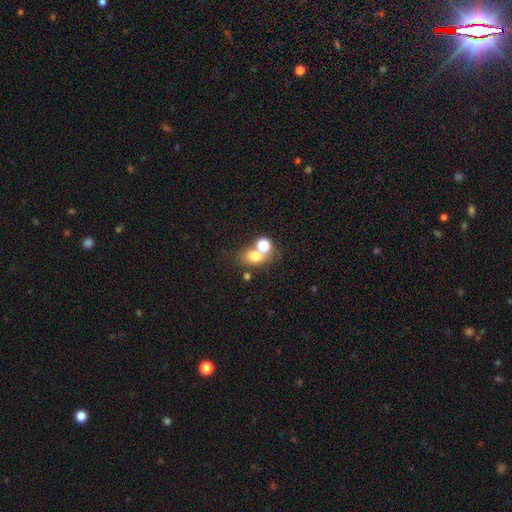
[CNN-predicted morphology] smooth_or_featured: smooth (p=0.69) [alt: star or artifact p=0.16]
how_rounded: round (p=0.50) [alt: in between p=0.49]
merging: merger (p=0.46) [alt: none p=0.41]